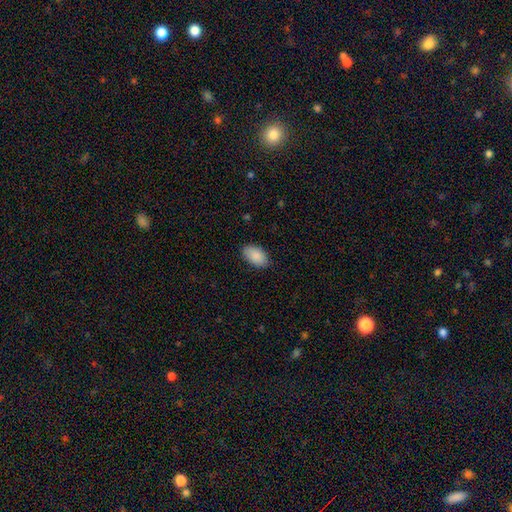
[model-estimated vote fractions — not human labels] smooth_or_featured: smooth (p=0.90) [alt: star or artifact p=0.06]
how_rounded: in between (p=0.94) [alt: round p=0.05]
merging: none (p=0.83) [alt: minor disturbance p=0.13]